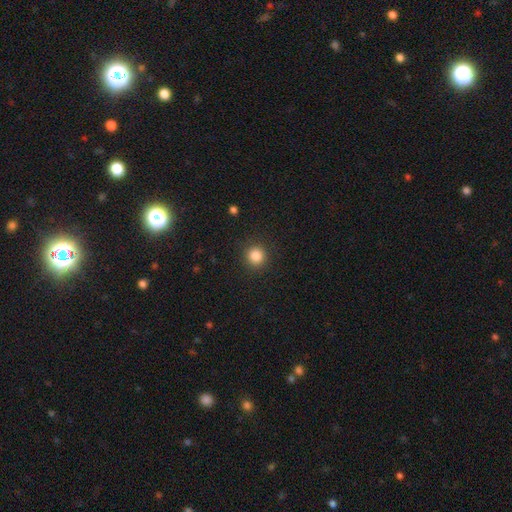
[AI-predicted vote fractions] This is clearly a smooth galaxy (85%). How rounded: clearly round (93%). Merging: clearly none (91%).